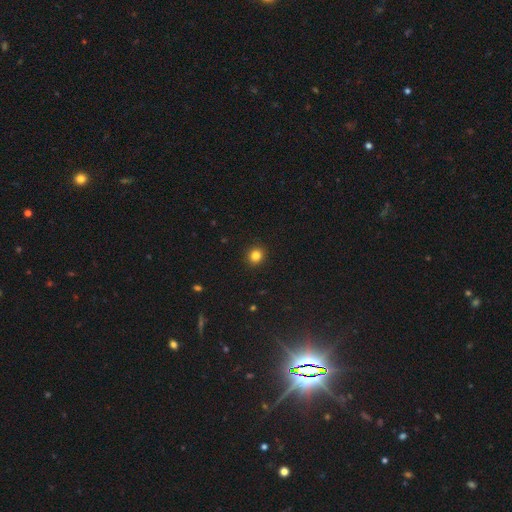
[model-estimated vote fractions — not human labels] This appears to be a smooth galaxy with no disk features (84%) that is round (86%). Merging: none (93%).